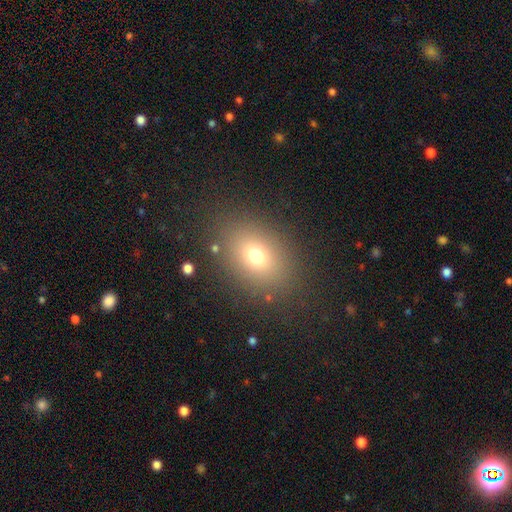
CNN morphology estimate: A smooth galaxy with no disk features (71%) that is in between round and cigar-shaped (69%).

Vote fractions:
- Smooth or featured? smooth: 71% / star or artifact: 16% / featured or disk: 13%
- How rounded? in between: 69% / round: 30% / cigar-shaped: 1%
- Merging? none: 84% / minor disturbance: 9% / major disturbance: 5% / merger: 2%